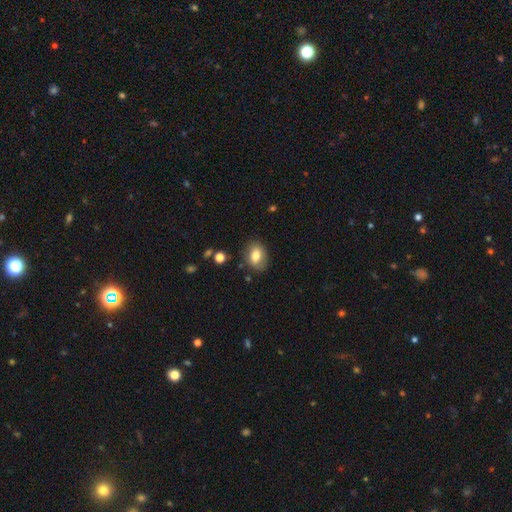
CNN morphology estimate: Smooth or featured? Predicted: smooth (p=0.77). How rounded? Predicted: in between (p=0.69). Merging? Predicted: none (p=0.79).